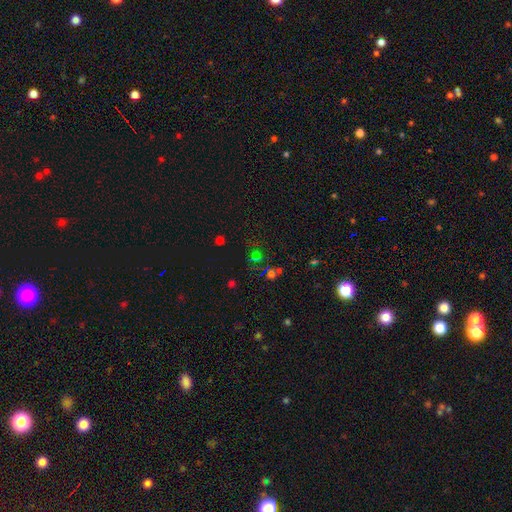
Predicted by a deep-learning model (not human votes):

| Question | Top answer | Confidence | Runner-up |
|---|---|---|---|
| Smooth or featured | star or artifact | 57% | smooth (32%) |